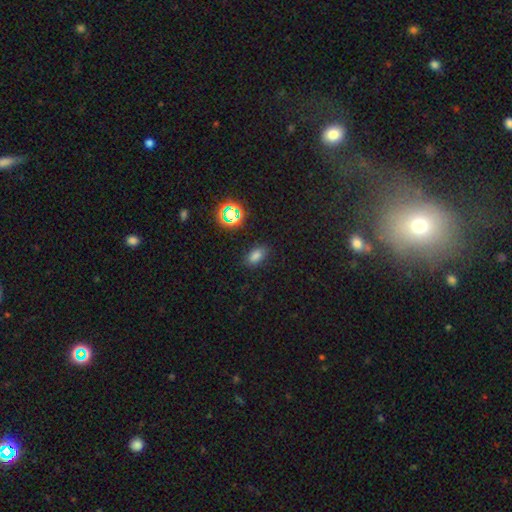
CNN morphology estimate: smooth-or-featured: smooth: 74% | star or artifact: 20% | featured or disk: 6%
  how-rounded: in between: 87% | round: 10% | cigar-shaped: 4%
  merging: none: 85% | minor disturbance: 10% | major disturbance: 3% | merger: 2%